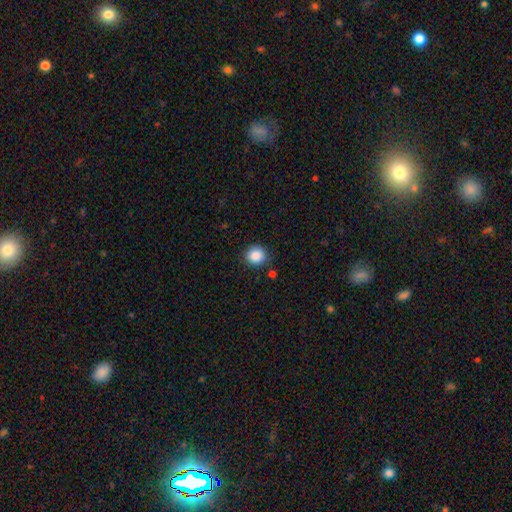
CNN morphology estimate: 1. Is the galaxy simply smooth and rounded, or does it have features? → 87% smooth, 9% star or artifact, 3% featured or disk.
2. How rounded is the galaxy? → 89% round, 10% in between, 1% cigar-shaped.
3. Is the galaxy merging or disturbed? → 88% none, 8% minor disturbance, 2% major disturbance, 2% merger.